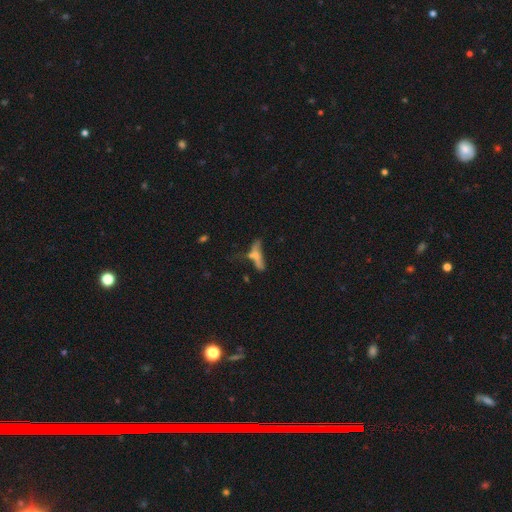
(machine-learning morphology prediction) Smooth or featured? smooth (54%)
How rounded? cigar-shaped (65%)
Merging? none (34%)